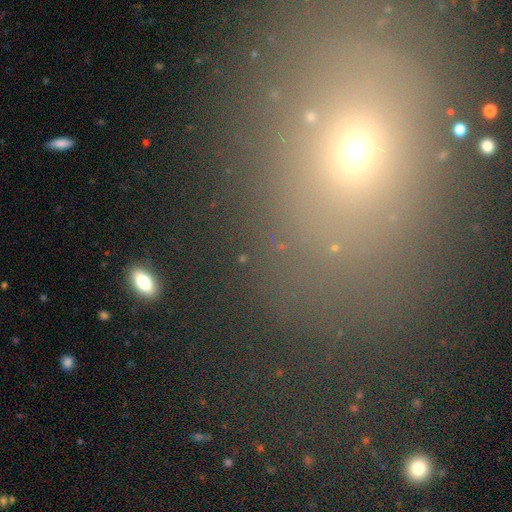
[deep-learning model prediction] Q: Smooth or featured?
A: smooth (49%); runner-up: star or artifact (37%)
Q: Merging?
A: none (73%); runner-up: minor disturbance (12%)